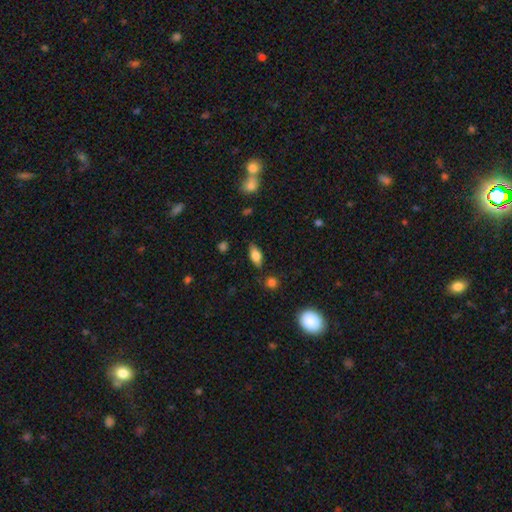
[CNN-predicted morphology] This appears to be a smooth galaxy with no disk features (73%) that is in between round and cigar-shaped (85%). Merging: none (80%).